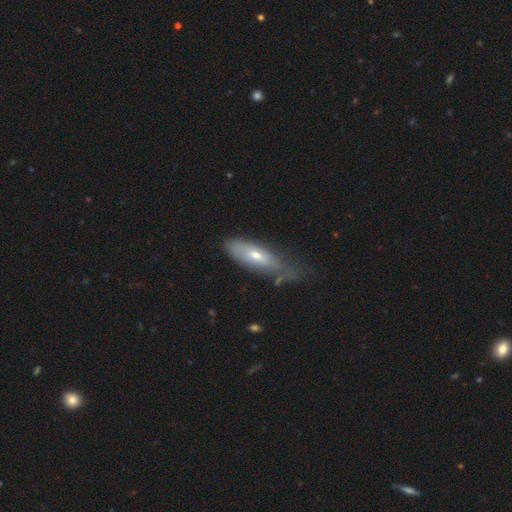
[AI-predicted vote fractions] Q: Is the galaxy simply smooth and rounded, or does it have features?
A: smooth — 56%.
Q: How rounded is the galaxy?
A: in between — 59%.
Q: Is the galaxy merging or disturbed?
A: none — 42%.